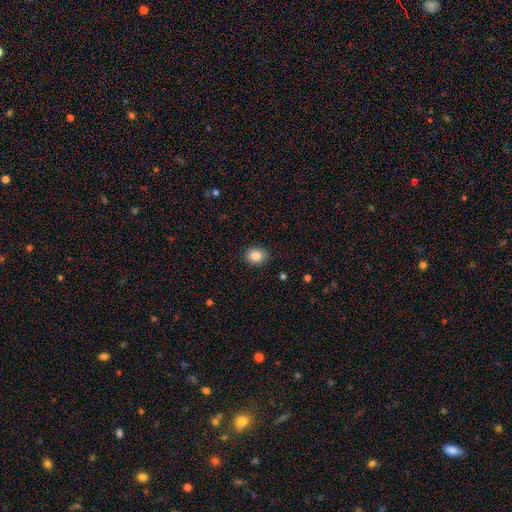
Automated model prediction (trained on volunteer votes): smooth-or-featured: smooth: 87% | star or artifact: 9% | featured or disk: 5%
  how-rounded: round: 53% | in between: 46% | cigar-shaped: 1%
  merging: none: 88% | minor disturbance: 9% | major disturbance: 2% | merger: 1%